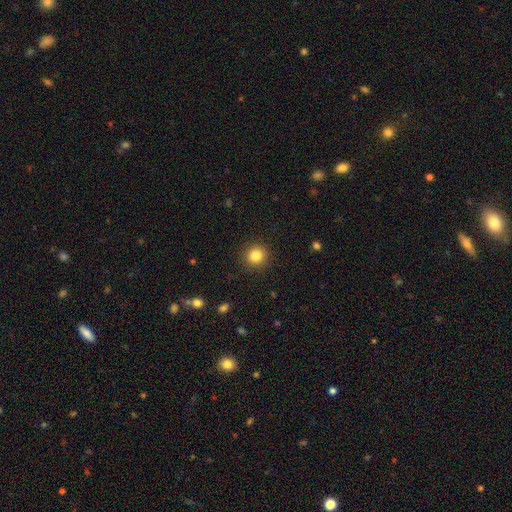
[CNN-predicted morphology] Smooth or featured?
  - smooth: 84% *
  - star or artifact: 11%
  - featured or disk: 5%
How rounded?
  - round: 91% *
  - in between: 8%
  - cigar-shaped: 1%
Merging?
  - none: 90% *
  - minor disturbance: 6%
  - major disturbance: 2%
  - merger: 1%